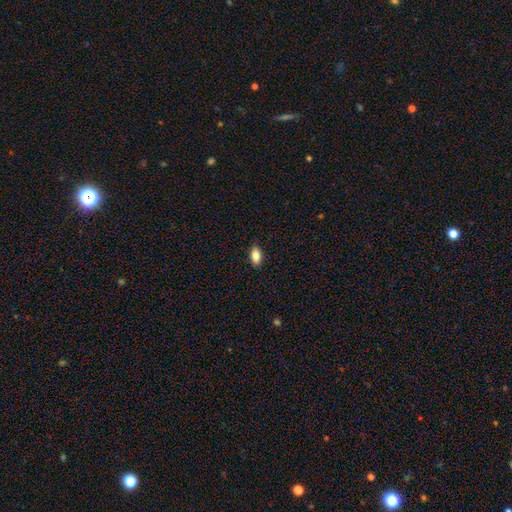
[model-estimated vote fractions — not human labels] Smooth or featured?
  - smooth: 82% *
  - featured or disk: 10%
  - star or artifact: 8%
How rounded?
  - in between: 89% *
  - cigar-shaped: 7%
  - round: 5%
Merging?
  - none: 87% *
  - minor disturbance: 10%
  - major disturbance: 2%
  - merger: 1%